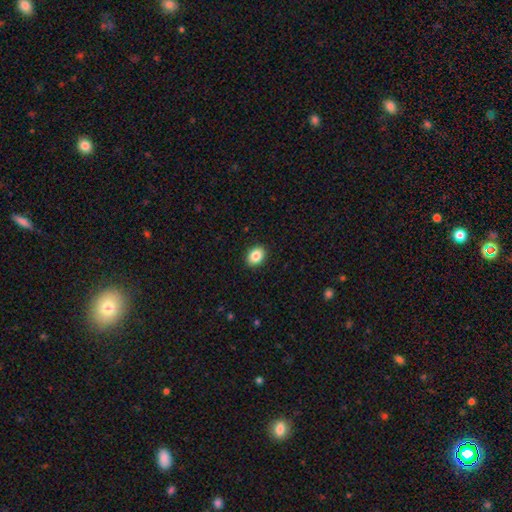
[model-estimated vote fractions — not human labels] Morphology: type=smooth (86%); roundness=in between (67%); merging=none (91%).